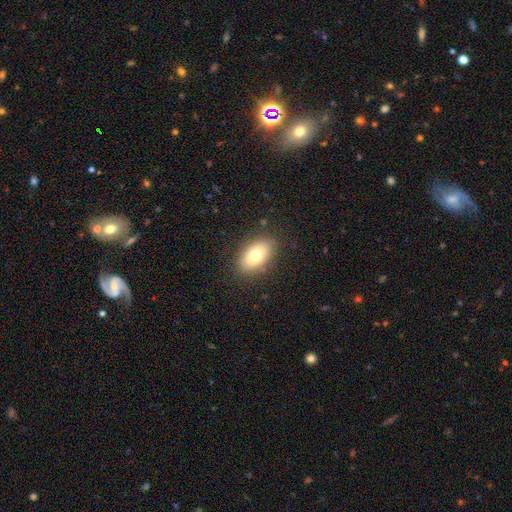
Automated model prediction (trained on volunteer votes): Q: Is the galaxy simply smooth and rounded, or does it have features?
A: smooth — 75%.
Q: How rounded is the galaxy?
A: in between — 90%.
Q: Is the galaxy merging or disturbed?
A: none — 85%.